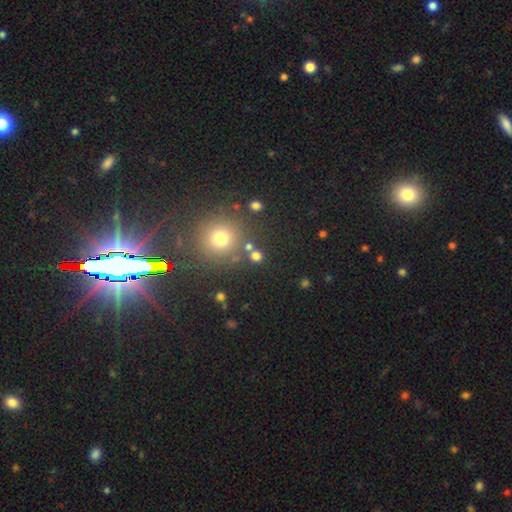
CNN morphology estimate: smooth_or_featured: smooth (p=0.72) [alt: star or artifact p=0.21]
how_rounded: round (p=0.90) [alt: in between p=0.08]
merging: none (p=0.80) [alt: merger p=0.09]